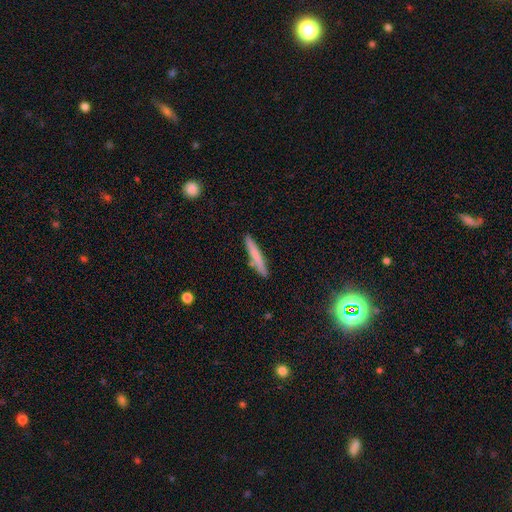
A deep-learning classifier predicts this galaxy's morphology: This is likely a smooth galaxy (68%). How rounded: clearly cigar-shaped (94%). Merging: clearly none (82%).